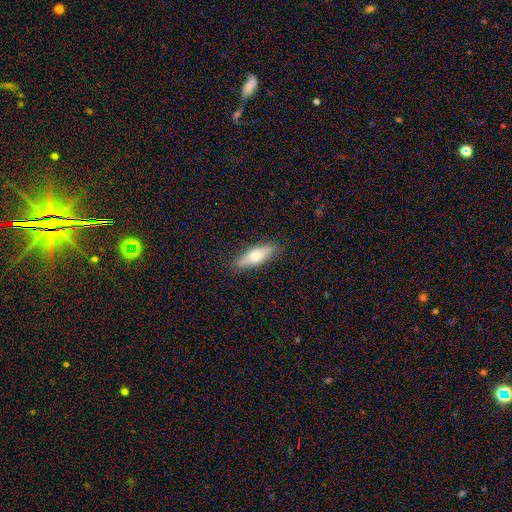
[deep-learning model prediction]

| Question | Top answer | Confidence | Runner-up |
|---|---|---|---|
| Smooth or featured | smooth | 60% | featured or disk (34%) |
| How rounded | in between | 52% | cigar-shaped (45%) |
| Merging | none | 86% | minor disturbance (11%) |